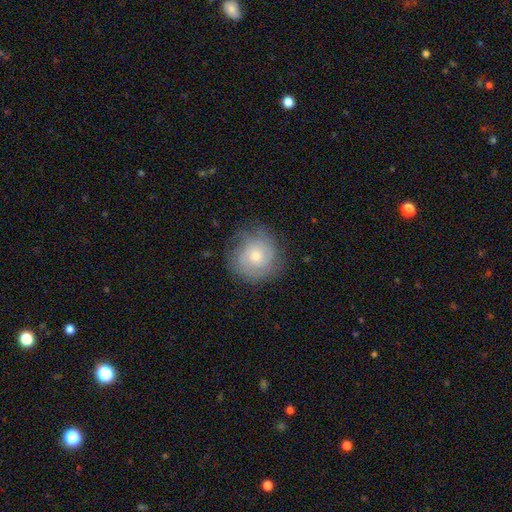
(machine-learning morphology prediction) Smooth or featured?
  - featured or disk: 46% *
  - smooth: 45%
  - star or artifact: 9%
Merging?
  - none: 75% *
  - minor disturbance: 18%
  - major disturbance: 7%
  - merger: 1%